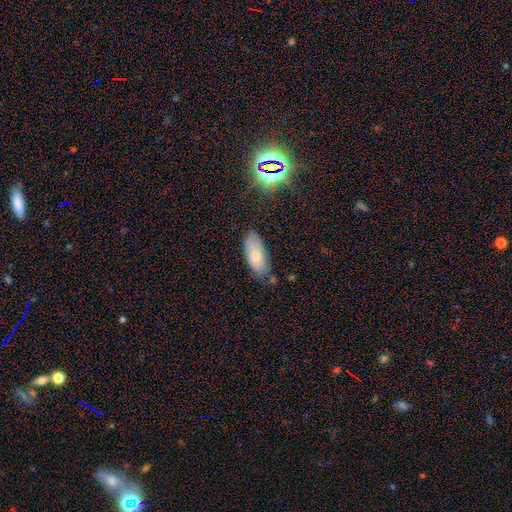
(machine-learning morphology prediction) Smooth or featured?
  - smooth: 75% *
  - featured or disk: 17%
  - star or artifact: 9%
How rounded?
  - in between: 84% *
  - cigar-shaped: 14%
  - round: 2%
Merging?
  - none: 68% *
  - minor disturbance: 24%
  - major disturbance: 4%
  - merger: 4%